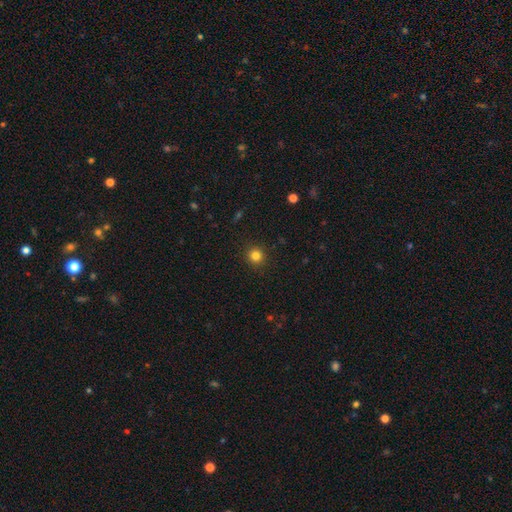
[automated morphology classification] smooth 82%, star or artifact 13%, featured or disk 5%. Down the decision tree: how rounded — round (93%); merging — none (92%).